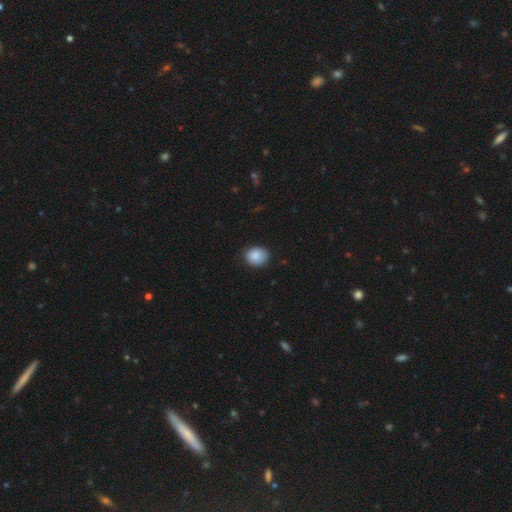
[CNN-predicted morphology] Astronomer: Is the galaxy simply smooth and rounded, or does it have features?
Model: smooth — 86%.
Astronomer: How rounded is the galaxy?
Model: round — 59% (runner-up: in between, 40%).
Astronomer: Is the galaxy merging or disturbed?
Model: none — 78%.